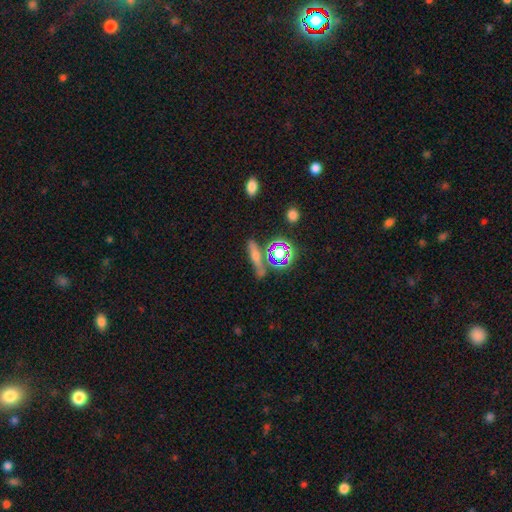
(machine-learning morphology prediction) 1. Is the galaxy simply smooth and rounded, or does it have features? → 38% smooth, 32% featured or disk, 30% star or artifact.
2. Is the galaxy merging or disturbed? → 71% none, 13% minor disturbance, 10% merger, 6% major disturbance.